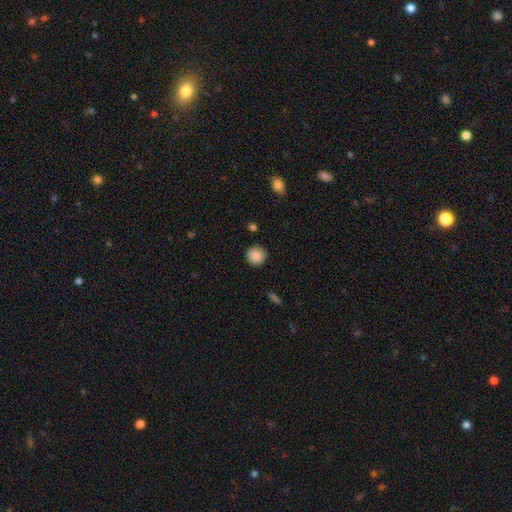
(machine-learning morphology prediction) smooth_or_featured: smooth (p=0.89) [alt: star or artifact p=0.08]
how_rounded: round (p=0.92) [alt: in between p=0.07]
merging: none (p=0.89) [alt: minor disturbance p=0.07]